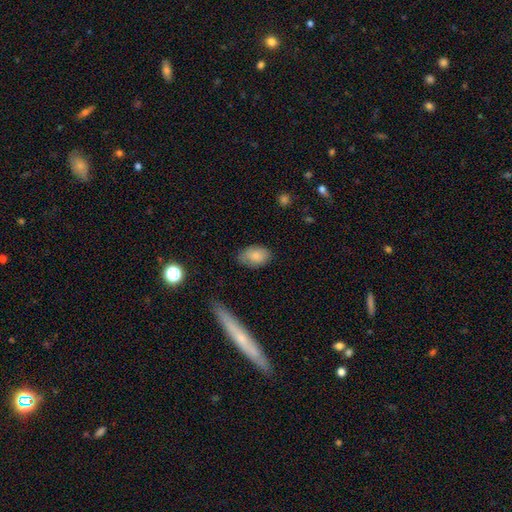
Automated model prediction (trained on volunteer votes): Overall: smooth (83%). How rounded: in between (88%). Merging: none (75%).